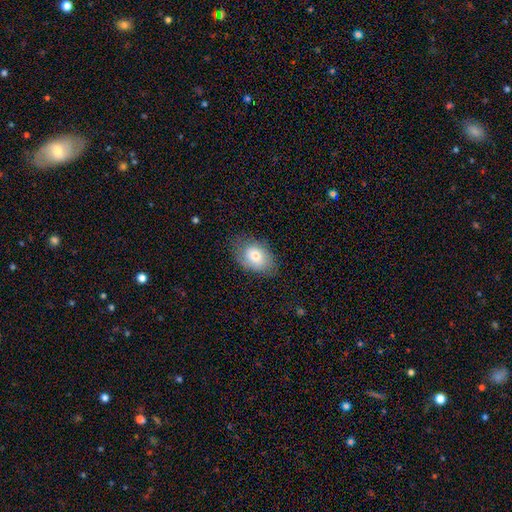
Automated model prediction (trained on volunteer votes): Morphology: type=smooth (74%); roundness=in between (82%); merging=none (72%).